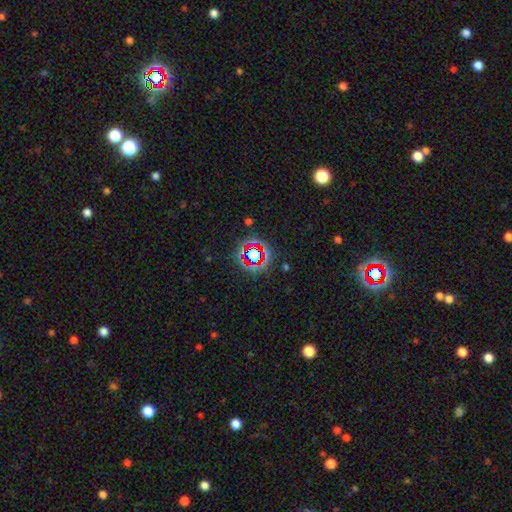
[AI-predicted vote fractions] This appears to be a star or artifact, not a galaxy (69%).